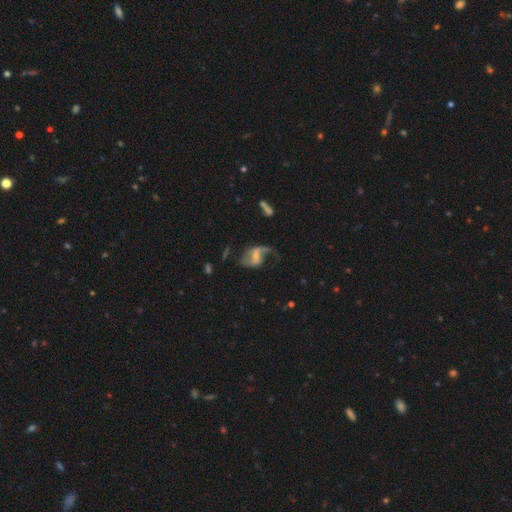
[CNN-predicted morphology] smooth_or_featured: featured or disk (p=0.76) [alt: smooth p=0.17]
disk_edge_on: no (p=0.97) [alt: yes p=0.03]
bar: weak (p=0.48) [alt: strong p=0.28]
has_spiral_arms: yes (p=0.88) [alt: no p=0.12]
spiral_winding: loose (p=0.72) [alt: medium p=0.22]
spiral_arm_count: 2 (p=0.68) [alt: 1 p=0.25]
bulge_size: small (p=0.47) [alt: moderate p=0.29]
merging: none (p=0.41) [alt: major disturbance p=0.34]